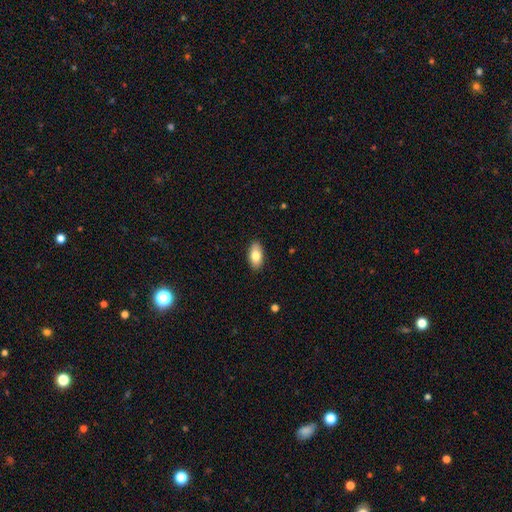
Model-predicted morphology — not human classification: Q: Smooth or featured?
A: smooth (81%); runner-up: featured or disk (13%)
Q: How rounded?
A: in between (93%); runner-up: cigar-shaped (4%)
Q: Merging?
A: none (89%); runner-up: minor disturbance (8%)